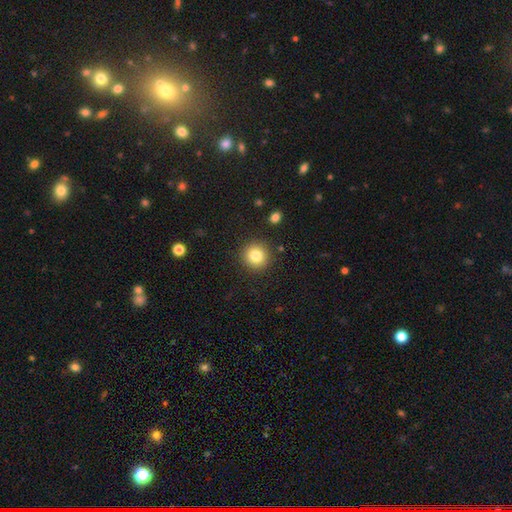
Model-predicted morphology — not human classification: smooth-or-featured: smooth: 82% | star or artifact: 11% | featured or disk: 8%
  how-rounded: round: 94% | in between: 5% | cigar-shaped: 1%
  merging: none: 90% | minor disturbance: 6% | major disturbance: 2% | merger: 2%